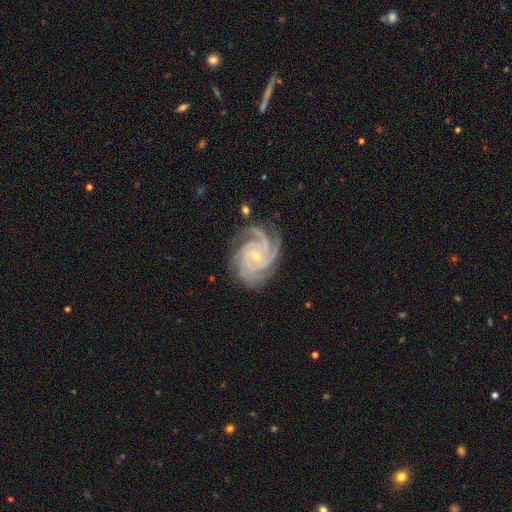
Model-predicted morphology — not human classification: type=featured or disk (92%); edge-on=no (98%); bar=no (68%); spiral arms=yes (99%); winding=tight (73%); arm count=4 (44%); bulge=small (70%); merging=none (78%).